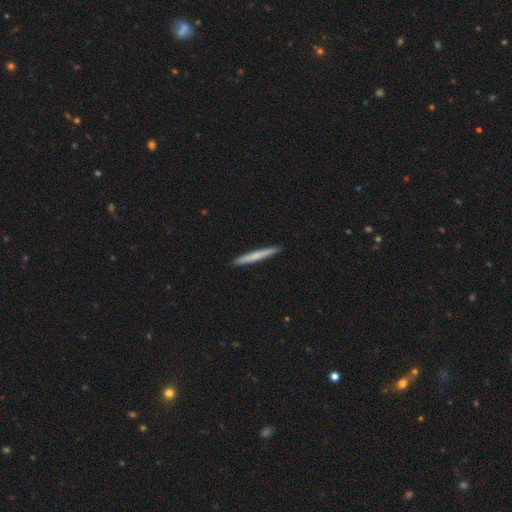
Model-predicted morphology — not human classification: The model was most divided on "smooth or featured": smooth: 65%, featured or disk: 30%, star or artifact: 5%. More confident: how rounded — cigar-shaped (97%); merging — none (93%).